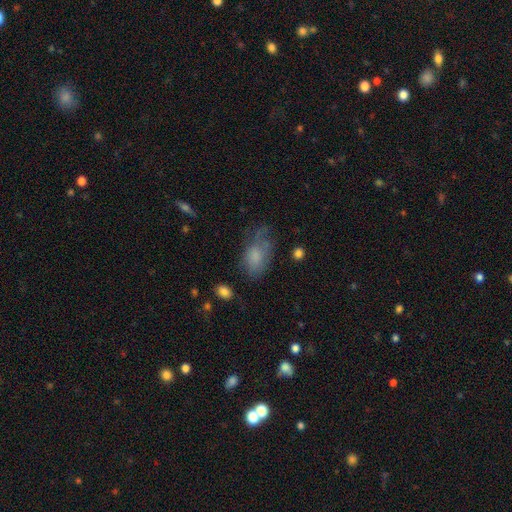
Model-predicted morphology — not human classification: A smooth galaxy with no disk features (68%) that is in between round and cigar-shaped (89%).

Vote fractions:
- Smooth or featured? smooth: 68% / featured or disk: 22% / star or artifact: 10%
- How rounded? in between: 89% / round: 8% / cigar-shaped: 2%
- Merging? none: 42% / minor disturbance: 32% / major disturbance: 23% / merger: 3%